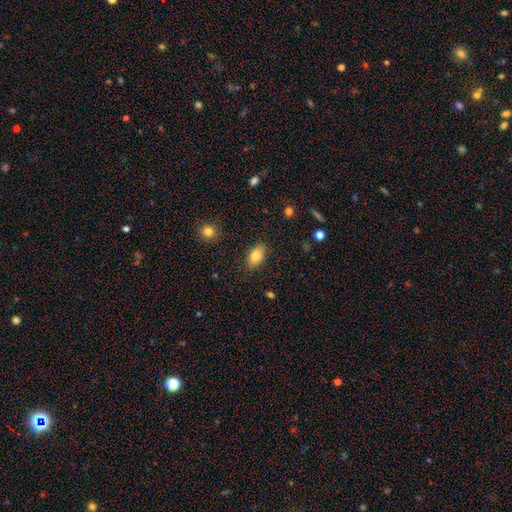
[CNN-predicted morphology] Q: Smooth or featured?
A: smooth (81%); runner-up: featured or disk (11%)
Q: How rounded?
A: in between (89%); runner-up: round (6%)
Q: Merging?
A: none (85%); runner-up: minor disturbance (11%)